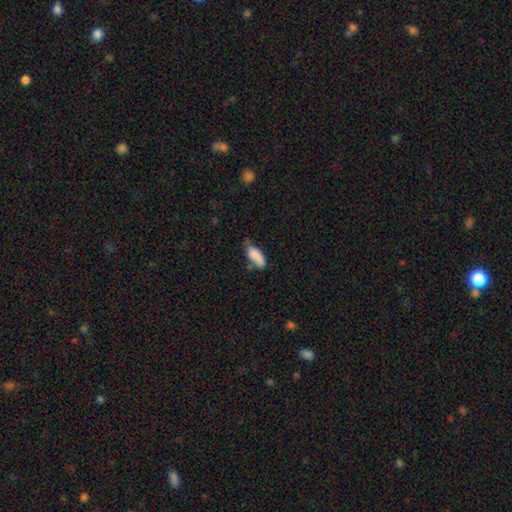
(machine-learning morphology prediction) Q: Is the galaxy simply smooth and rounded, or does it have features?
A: smooth — 79%.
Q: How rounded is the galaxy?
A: in between — 79%.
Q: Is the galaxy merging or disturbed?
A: none — 41%.